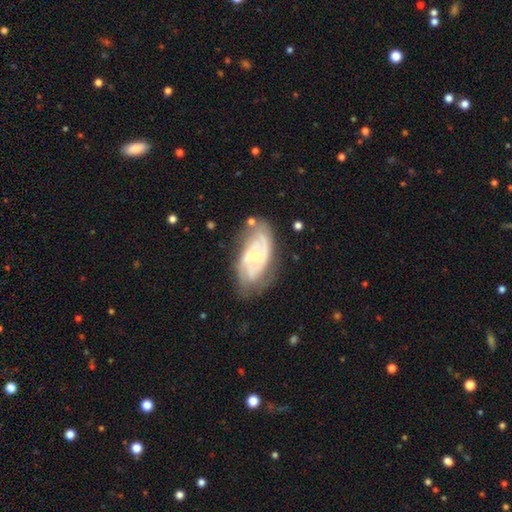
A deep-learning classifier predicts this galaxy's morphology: The model was most divided on "spiral winding": tight: 51%, medium: 39%, loose: 11%. Remaining: edge-on disk — no (95%); spiral arms — yes (92%); smooth or featured — featured or disk (83%); merging — none (67%); bar — no (65%); bulge size — small (59%); spiral arm count — 2 (48%).